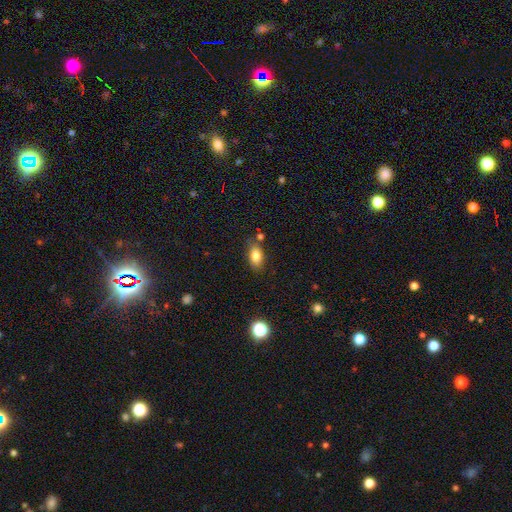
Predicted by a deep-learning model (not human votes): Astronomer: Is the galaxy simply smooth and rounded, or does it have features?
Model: smooth — 83%.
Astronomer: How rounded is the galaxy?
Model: in between — 88%.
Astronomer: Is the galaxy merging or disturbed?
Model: none — 75%.